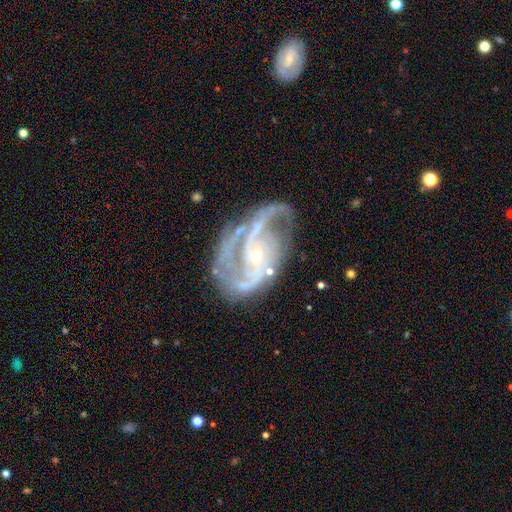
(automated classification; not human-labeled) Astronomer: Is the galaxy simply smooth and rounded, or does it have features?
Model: featured or disk — 89%.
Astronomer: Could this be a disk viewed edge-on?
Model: no — 97%.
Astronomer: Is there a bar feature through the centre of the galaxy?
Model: no — 61%.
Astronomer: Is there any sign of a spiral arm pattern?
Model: yes — 96%.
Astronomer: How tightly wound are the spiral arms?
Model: medium — 50% (runner-up: tight, 33%).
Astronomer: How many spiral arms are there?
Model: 2 — 58%.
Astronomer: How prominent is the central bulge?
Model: small — 82%.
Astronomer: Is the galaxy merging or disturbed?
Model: none — 58%.